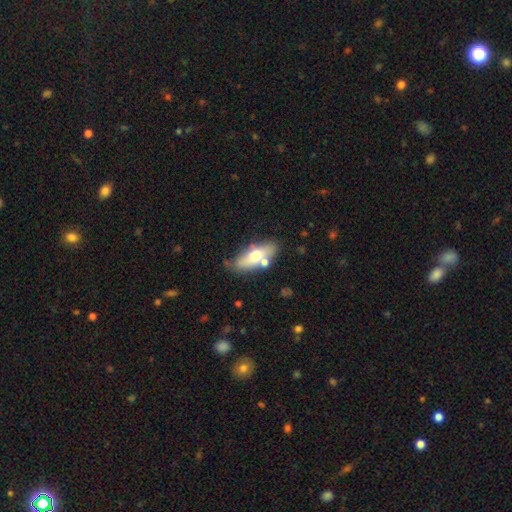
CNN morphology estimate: A smooth galaxy with no disk features (59%) that is in between round and cigar-shaped (71%). Merging: none (66%).